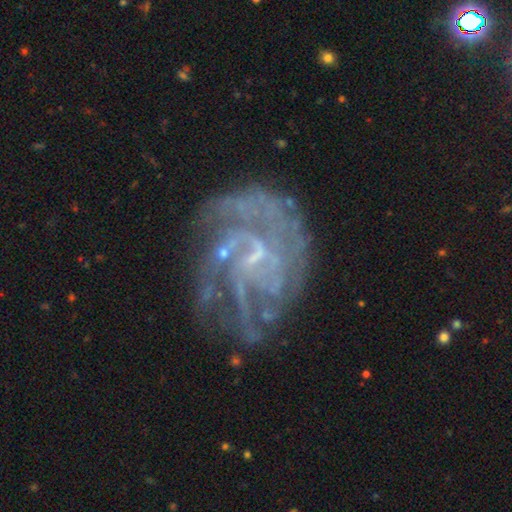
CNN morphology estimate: This appears to be a featured or disk galaxy (82%) with no bar (44%, tied with weak), tight (54%) spiral arms (88%) and a small central bulge (55%). Merging: none (60%).